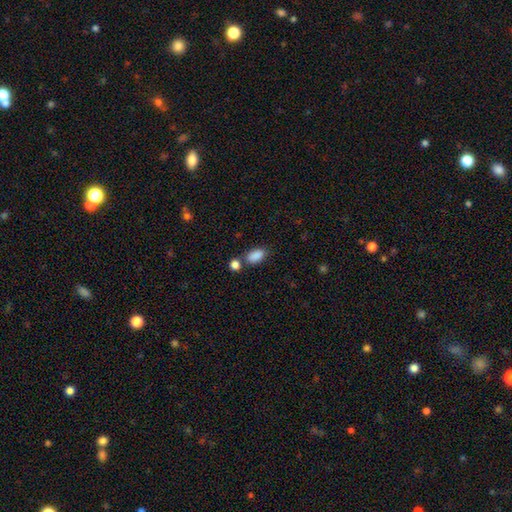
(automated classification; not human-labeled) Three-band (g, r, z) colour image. It shows a smooth galaxy with no disk features (88%) that is in between round and cigar-shaped (89%). Merging: none (65%).